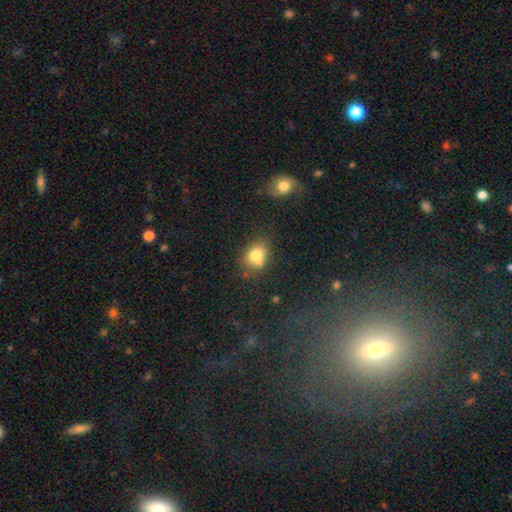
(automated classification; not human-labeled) Smooth or featured? Predicted: smooth (p=0.74). How rounded? Predicted: in between (p=0.54). Merging? Predicted: none (p=0.45).